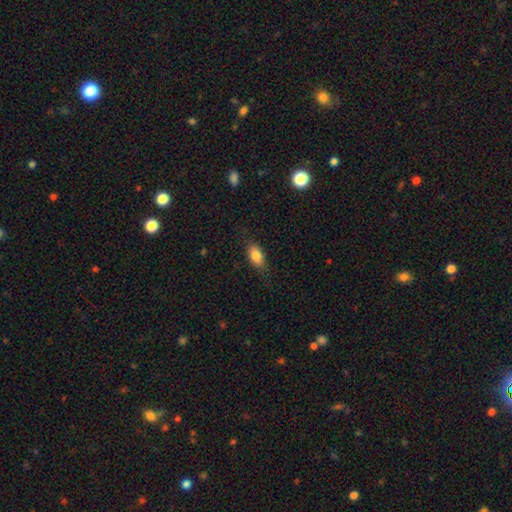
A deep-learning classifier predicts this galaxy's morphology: The model was most divided on "merging": none: 77%, minor disturbance: 17%, major disturbance: 4%, merger: 1%. More confident: how rounded — in between (87%); smooth or featured — smooth (82%).